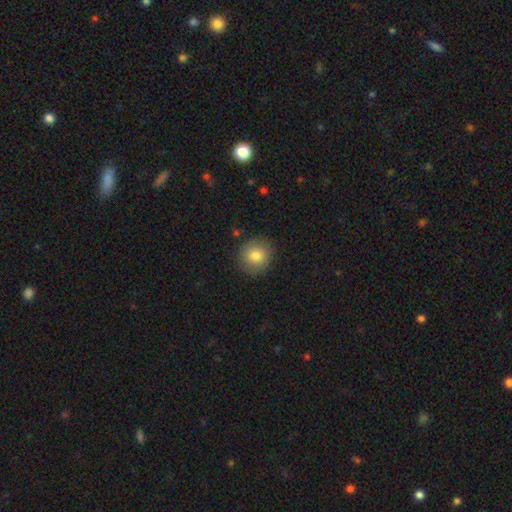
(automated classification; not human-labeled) Overall: smooth (81%). How rounded: round (90%). Merging: none (87%).